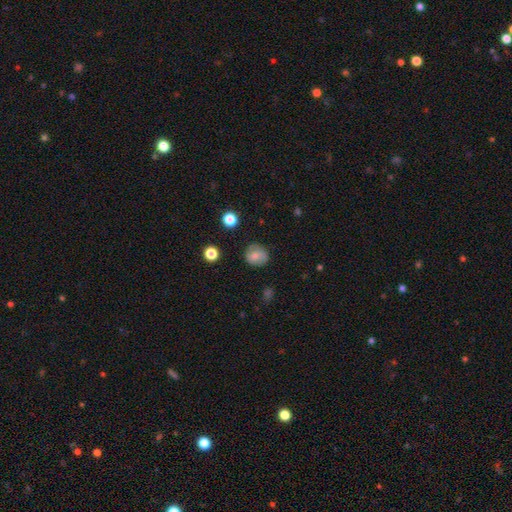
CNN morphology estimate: This appears to be a smooth galaxy with no disk features (71%) that is round (82%). Merging: none (79%).